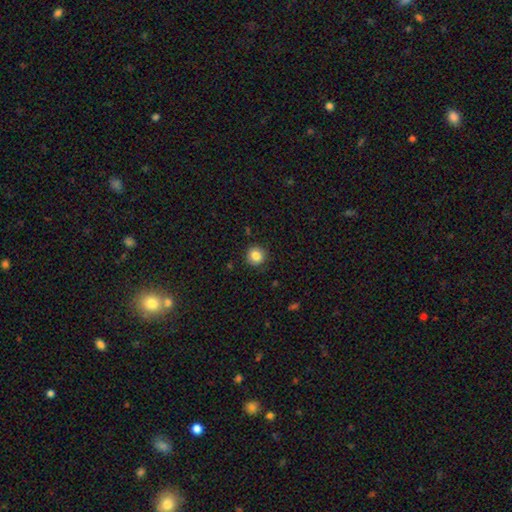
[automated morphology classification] type=smooth (85%); roundness=round (92%); merging=none (90%).